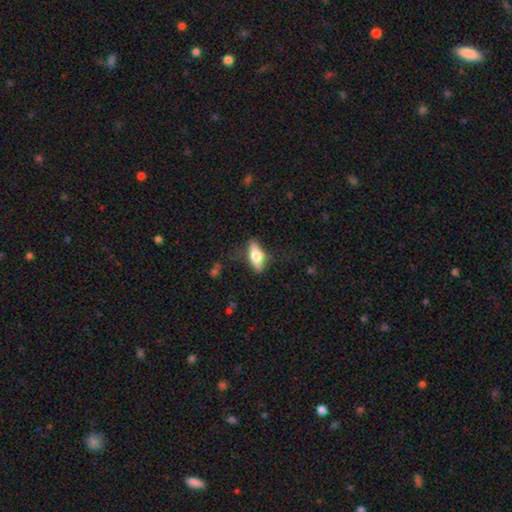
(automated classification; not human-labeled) Q: Smooth or featured?
A: smooth (56%); runner-up: featured or disk (37%)
Q: How rounded?
A: in between (61%); runner-up: cigar-shaped (36%)
Q: Merging?
A: none (66%); runner-up: minor disturbance (21%)